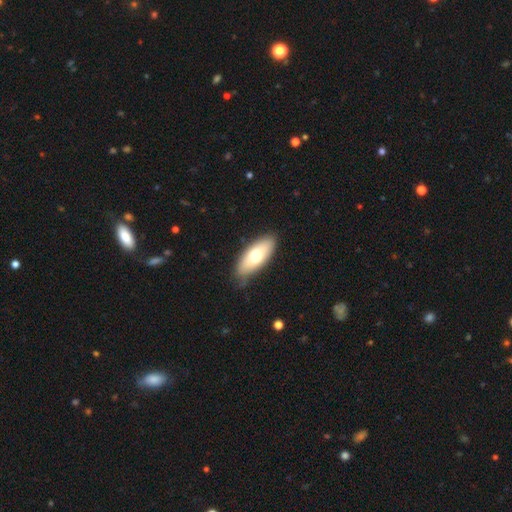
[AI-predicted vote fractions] A smooth galaxy with no disk features (69%) that is in between round and cigar-shaped (81%). Merging: none (82%).